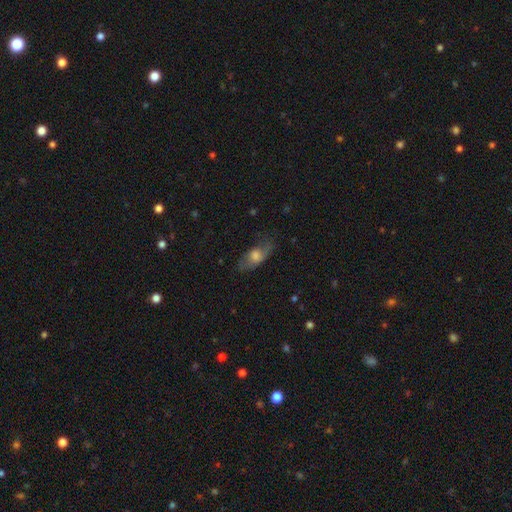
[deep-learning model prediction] Smooth or featured: smooth — 59% (featured or disk — 33%)
How rounded: in between — 77% (cigar-shaped — 18%)
Merging: none — 68% (minor disturbance — 21%)